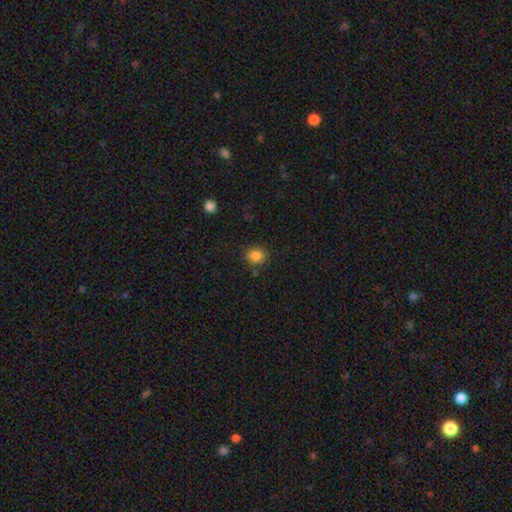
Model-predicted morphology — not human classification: Smooth or featured? Predicted: smooth (p=0.84). How rounded? Predicted: round (p=0.62). Merging? Predicted: none (p=0.81).